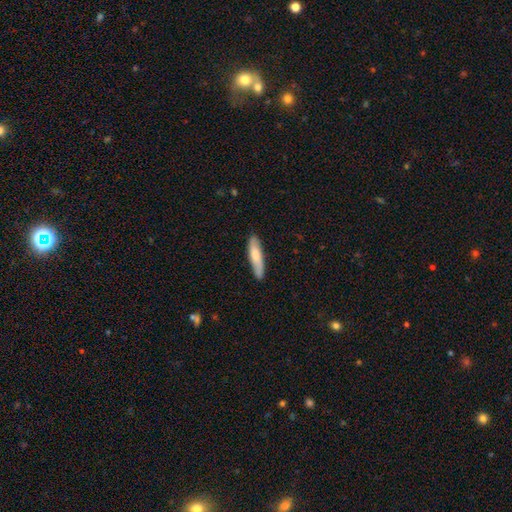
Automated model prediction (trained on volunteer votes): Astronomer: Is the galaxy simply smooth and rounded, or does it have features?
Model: smooth — 71%.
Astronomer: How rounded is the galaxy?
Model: cigar-shaped — 79%.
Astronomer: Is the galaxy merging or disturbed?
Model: none — 83%.